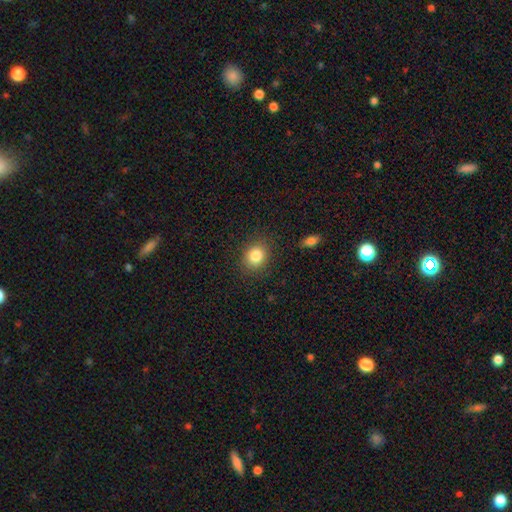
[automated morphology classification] Smooth or featured? Predicted: smooth (p=0.84). How rounded? Predicted: round (p=0.65). Merging? Predicted: none (p=0.86).